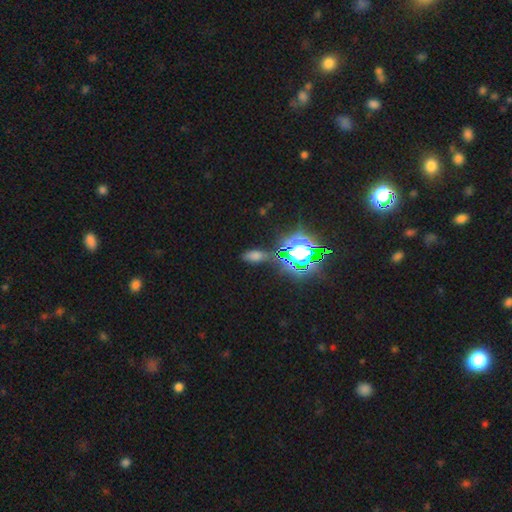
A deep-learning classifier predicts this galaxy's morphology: Smooth or featured? smooth (49%)
Merging? none (68%)